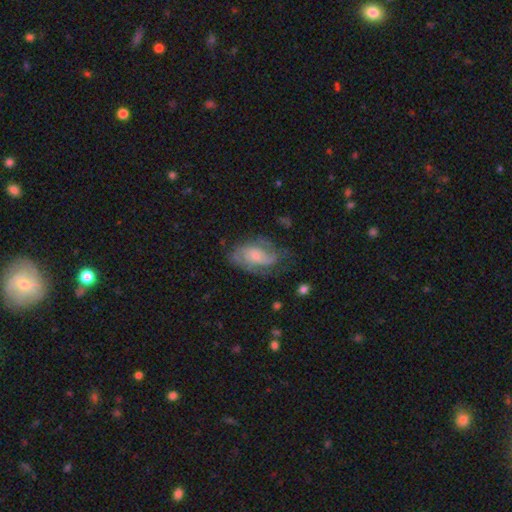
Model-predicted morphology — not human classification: Overall: featured or disk (71%). Edge-on disk: no (96%). Bar: no (64%; weak 30%). Spiral arms: yes (89%). Spiral arm count: 2 (51%; can't tell 24%). Spiral winding: medium (44%; tight 38%). Bulge size: small (52%; moderate 33%). Merging: none (59%; minor disturbance 23%).